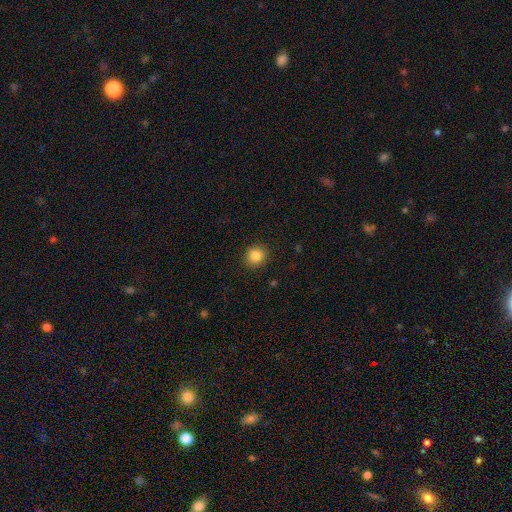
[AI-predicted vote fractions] Smooth or featured? Predicted: smooth (p=0.86). How rounded? Predicted: round (p=0.85). Merging? Predicted: none (p=0.89).